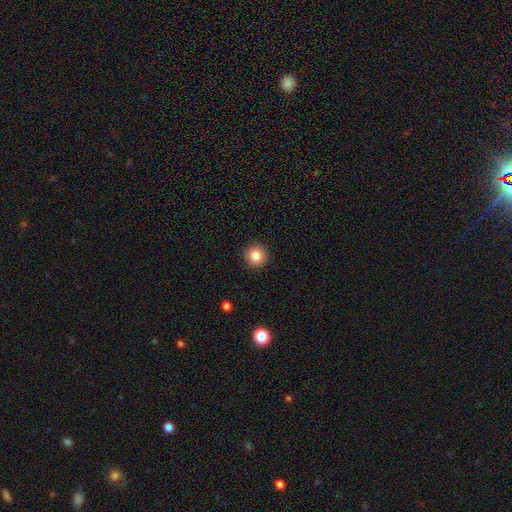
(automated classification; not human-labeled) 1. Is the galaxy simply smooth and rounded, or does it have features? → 83% smooth, 11% star or artifact, 6% featured or disk.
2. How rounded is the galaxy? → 94% round, 5% in between, 1% cigar-shaped.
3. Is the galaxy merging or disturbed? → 92% none, 5% minor disturbance, 2% major disturbance, 1% merger.